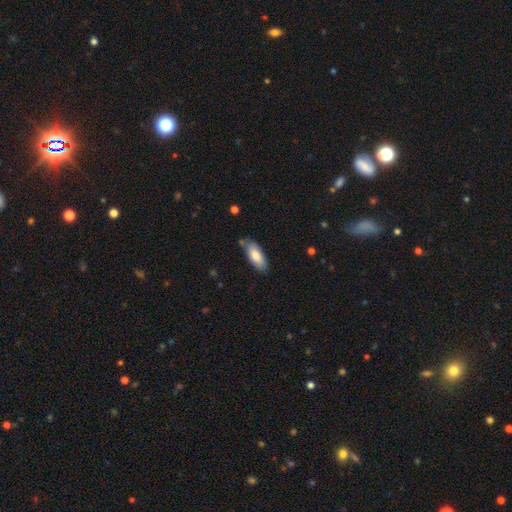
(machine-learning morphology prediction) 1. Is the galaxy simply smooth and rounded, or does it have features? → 81% smooth, 13% featured or disk, 6% star or artifact.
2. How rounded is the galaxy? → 74% in between, 25% cigar-shaped, 2% round.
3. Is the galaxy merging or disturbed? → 74% none, 18% minor disturbance, 4% merger, 3% major disturbance.